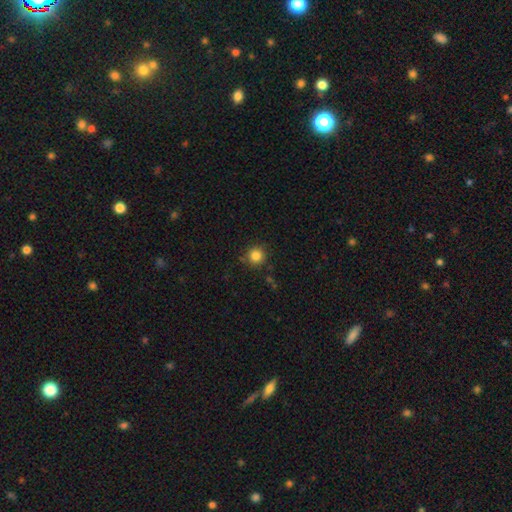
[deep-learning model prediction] This is clearly a smooth galaxy (84%). How rounded: clearly round (94%). Merging: clearly none (86%).